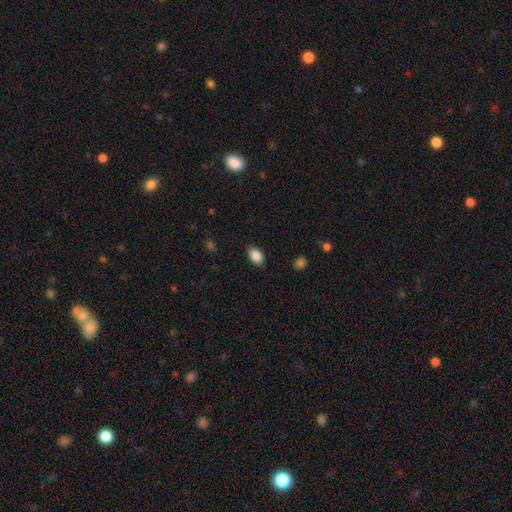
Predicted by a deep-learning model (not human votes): A smooth galaxy with no disk features (88%) that is in between round and cigar-shaped (83%). Merging: none (86%).